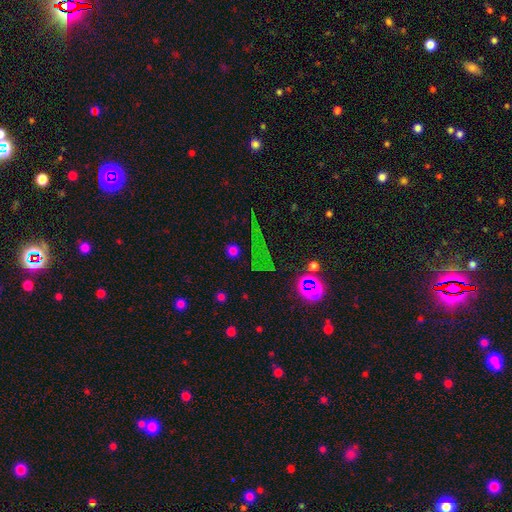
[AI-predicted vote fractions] Morphology: type=star or artifact (62%).